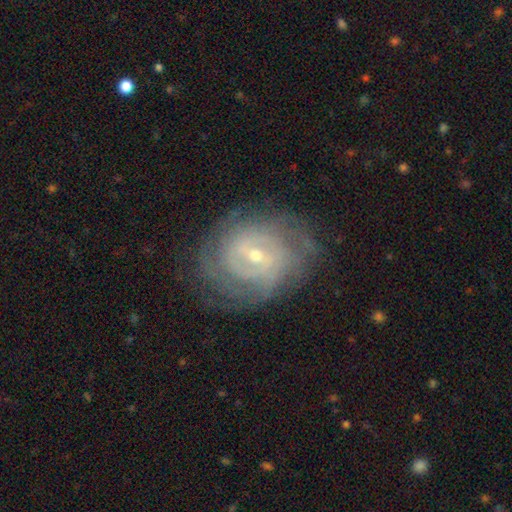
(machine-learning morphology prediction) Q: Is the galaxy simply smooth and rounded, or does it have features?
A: featured or disk — 83%.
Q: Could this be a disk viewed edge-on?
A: no — 96%.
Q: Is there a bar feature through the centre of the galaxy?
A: weak — 49%.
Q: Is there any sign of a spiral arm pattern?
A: yes — 89%.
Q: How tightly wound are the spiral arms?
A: tight — 71%.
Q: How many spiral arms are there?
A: can't tell — 45%.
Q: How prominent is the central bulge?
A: small — 66%.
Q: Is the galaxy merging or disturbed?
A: none — 76%.